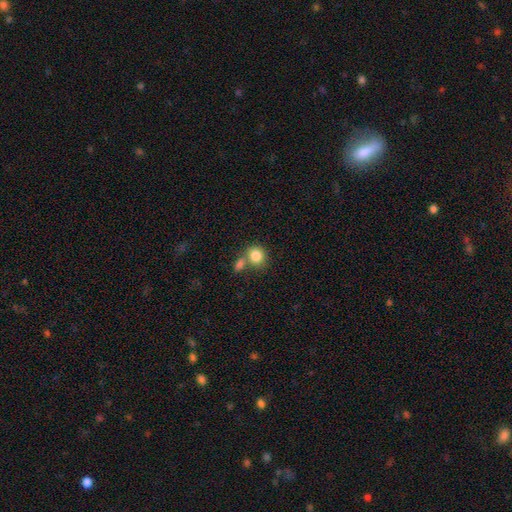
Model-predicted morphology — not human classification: This appears to be a smooth galaxy with no disk features (83%) that is round (75%). Merging: none (51%).